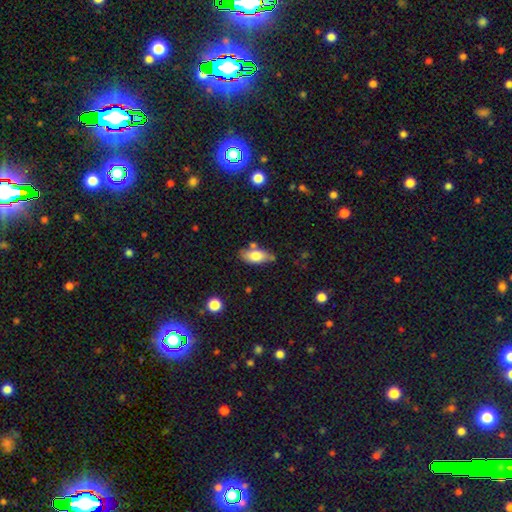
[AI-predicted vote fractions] Smooth or featured: smooth — 74% (featured or disk — 19%)
How rounded: in between — 88% (cigar-shaped — 8%)
Merging: none — 67% (minor disturbance — 19%)